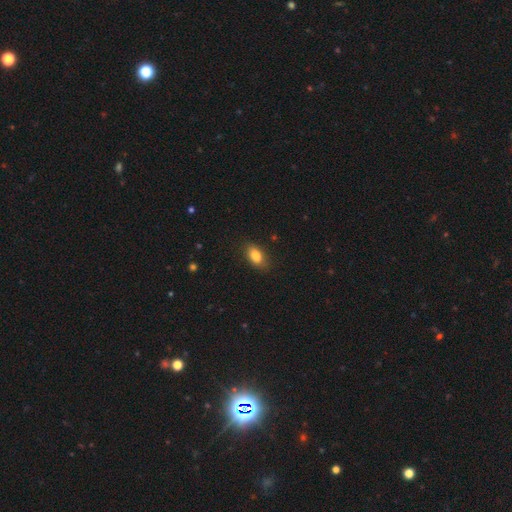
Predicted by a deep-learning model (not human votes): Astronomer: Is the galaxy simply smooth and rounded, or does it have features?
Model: smooth — 85%.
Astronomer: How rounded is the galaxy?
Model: in between — 89%.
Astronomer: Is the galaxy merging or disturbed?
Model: none — 84%.